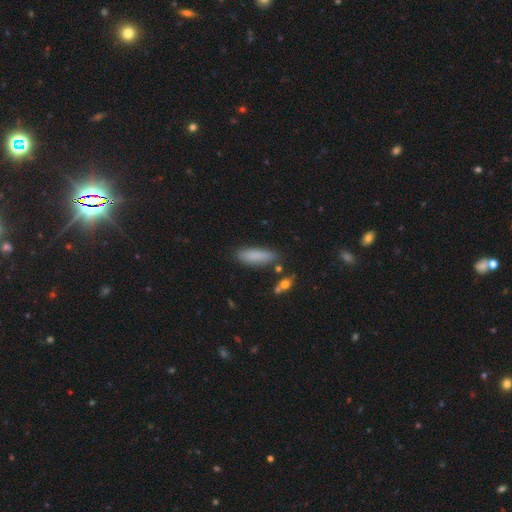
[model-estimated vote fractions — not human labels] Smooth or featured? Predicted: smooth (p=0.85). How rounded? Predicted: cigar-shaped (p=0.55). Merging? Predicted: none (p=0.81).